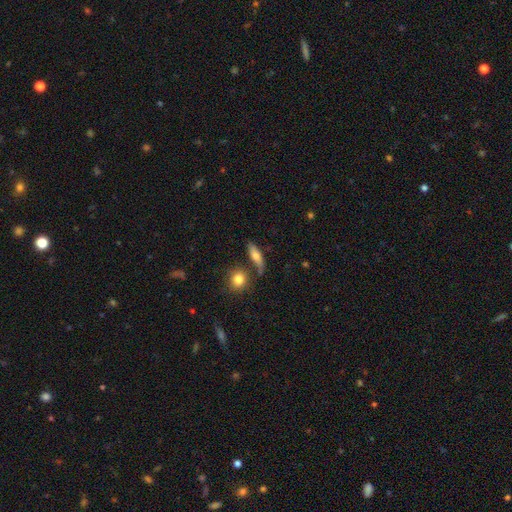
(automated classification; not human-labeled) Overall: smooth (68%). How rounded: in between (48%; cigar-shaped 46%). Merging: none (67%).